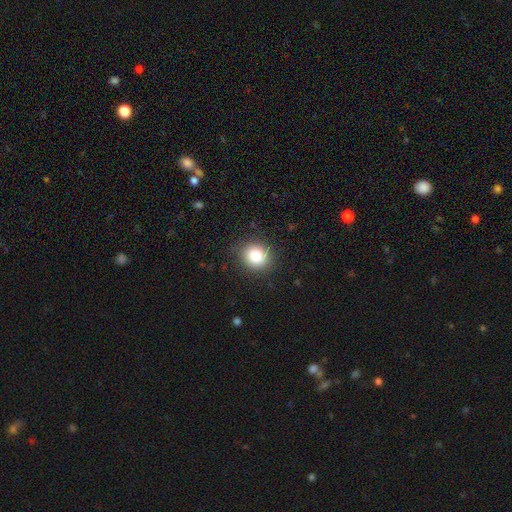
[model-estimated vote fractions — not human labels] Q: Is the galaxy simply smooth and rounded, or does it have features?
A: smooth — 84%.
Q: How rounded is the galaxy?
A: round — 80%.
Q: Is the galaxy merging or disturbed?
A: none — 86%.